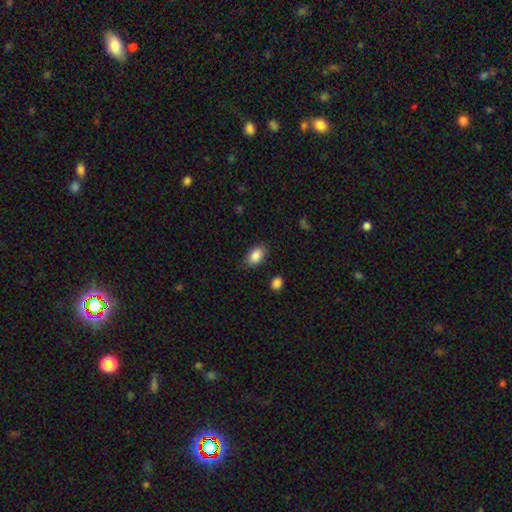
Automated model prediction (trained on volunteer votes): Smooth or featured? smooth (88%)
How rounded? in between (89%)
Merging? none (83%)